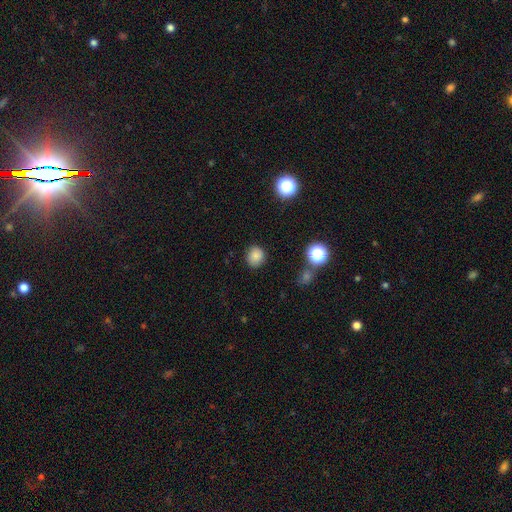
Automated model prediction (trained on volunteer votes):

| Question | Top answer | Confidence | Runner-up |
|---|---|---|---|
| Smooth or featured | smooth | 81% | star or artifact (13%) |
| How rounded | round | 83% | in between (16%) |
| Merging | none | 85% | minor disturbance (10%) |